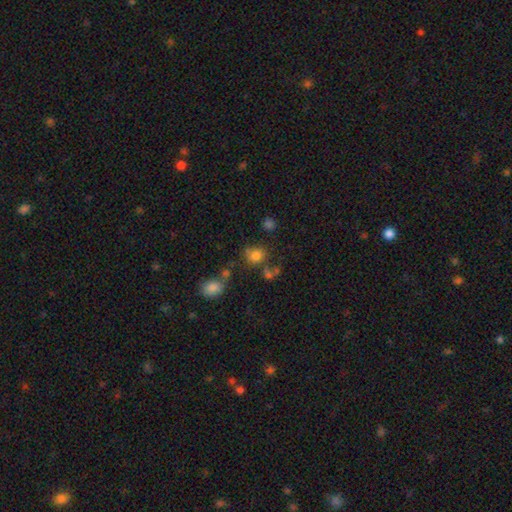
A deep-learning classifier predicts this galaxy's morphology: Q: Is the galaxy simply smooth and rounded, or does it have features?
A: smooth — 77%.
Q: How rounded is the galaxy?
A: round — 71%.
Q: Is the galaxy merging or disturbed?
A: none — 58%.